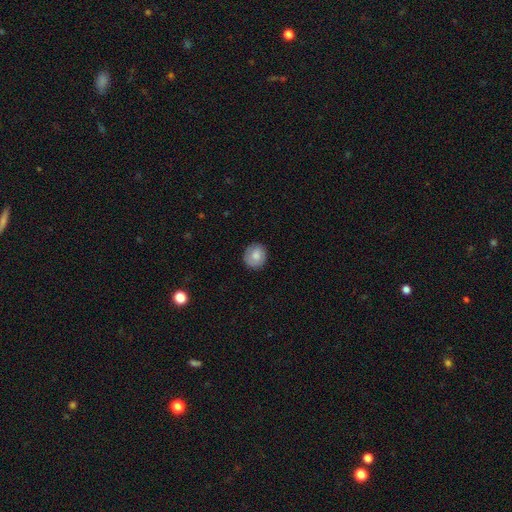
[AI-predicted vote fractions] Overall: smooth (79%). How rounded: round (85%). Merging: none (86%).